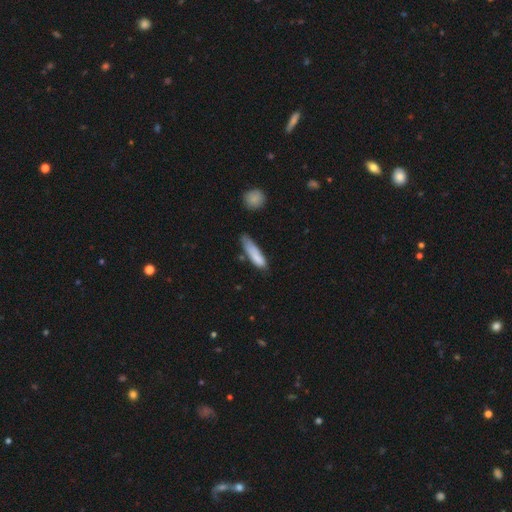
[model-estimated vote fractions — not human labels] Overall: smooth (81%). How rounded: cigar-shaped (71%). Merging: none (48%; minor disturbance 36%).